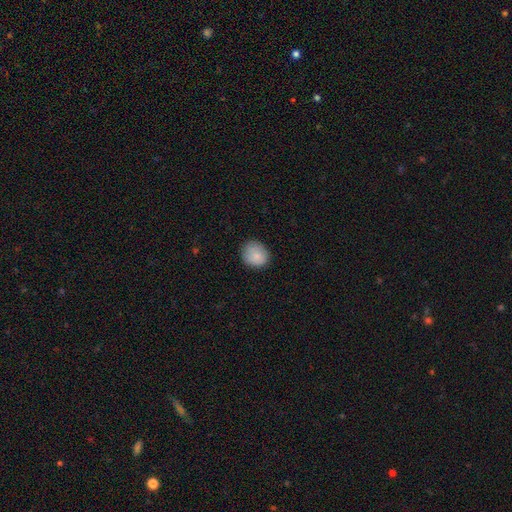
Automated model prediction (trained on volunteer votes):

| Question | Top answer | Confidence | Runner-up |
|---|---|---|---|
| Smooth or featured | smooth | 85% | star or artifact (8%) |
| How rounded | round | 77% | in between (22%) |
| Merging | none | 83% | minor disturbance (13%) |